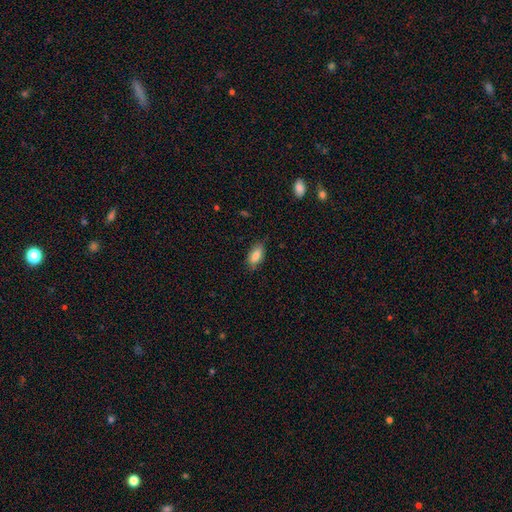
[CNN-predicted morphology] This is clearly a smooth galaxy (83%). How rounded: clearly in between (86%). Merging: likely none (77%).